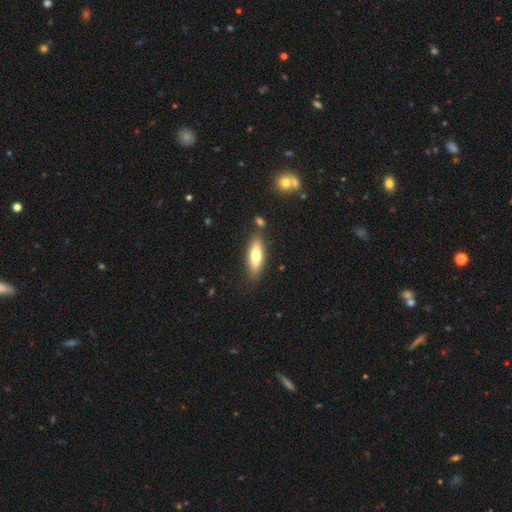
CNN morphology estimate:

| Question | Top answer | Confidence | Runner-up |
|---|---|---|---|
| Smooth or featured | smooth | 67% | featured or disk (28%) |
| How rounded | cigar-shaped | 54% | in between (44%) |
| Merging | none | 81% | minor disturbance (11%) |